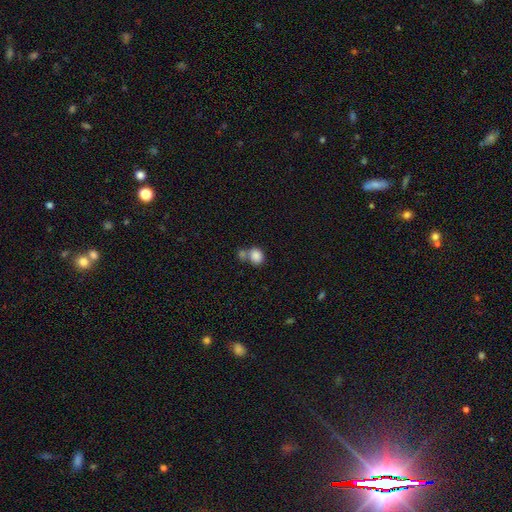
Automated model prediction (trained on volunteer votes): Smooth or featured?
  - smooth: 85% *
  - star or artifact: 9%
  - featured or disk: 6%
How rounded?
  - round: 62% *
  - in between: 37%
  - cigar-shaped: 1%
Merging?
  - merger: 45% *
  - none: 40%
  - minor disturbance: 10%
  - major disturbance: 5%